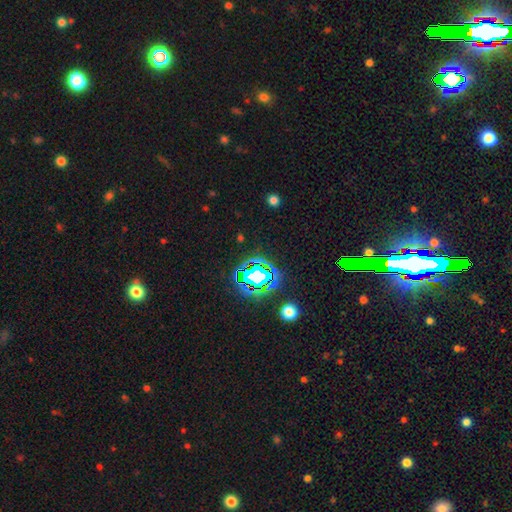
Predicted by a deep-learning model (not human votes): Morphology: type=star or artifact (77%).